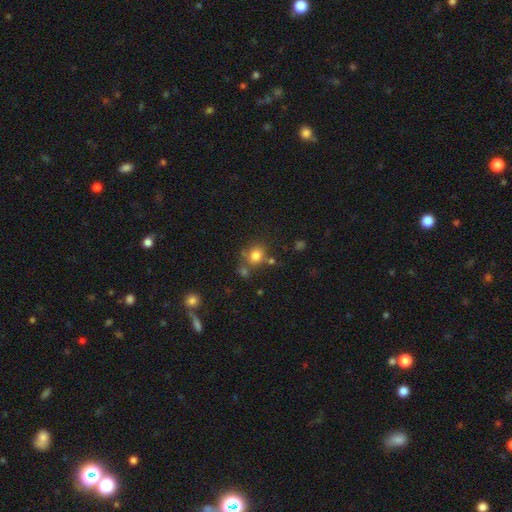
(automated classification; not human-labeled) Smooth or featured? Predicted: smooth (p=0.80). How rounded? Predicted: round (p=0.64). Merging? Predicted: none (p=0.65).